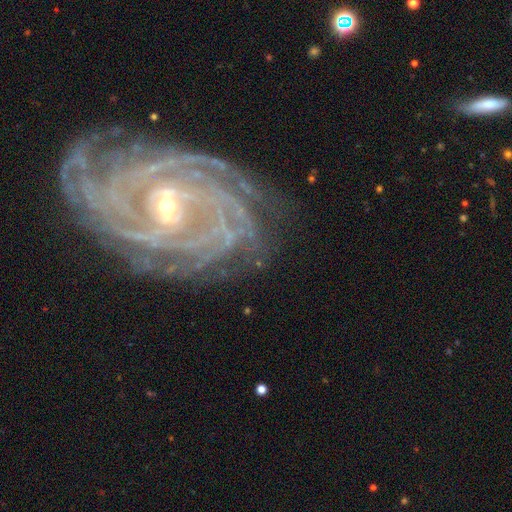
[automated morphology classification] Q: Smooth or featured?
A: featured or disk (88%); runner-up: star or artifact (7%)
Q: Edge-on disk?
A: no (96%); runner-up: yes (4%)
Q: Bar?
A: weak (40%); runner-up: strong (30%)
Q: Spiral arms?
A: yes (97%); runner-up: no (3%)
Q: Spiral winding?
A: tight (78%); runner-up: medium (18%)
Q: Spiral arm count?
A: can't tell (22%); tied with: 4 (22%)
Q: Bulge size?
A: small (53%); runner-up: moderate (42%)
Q: Merging?
A: none (75%); runner-up: minor disturbance (16%)